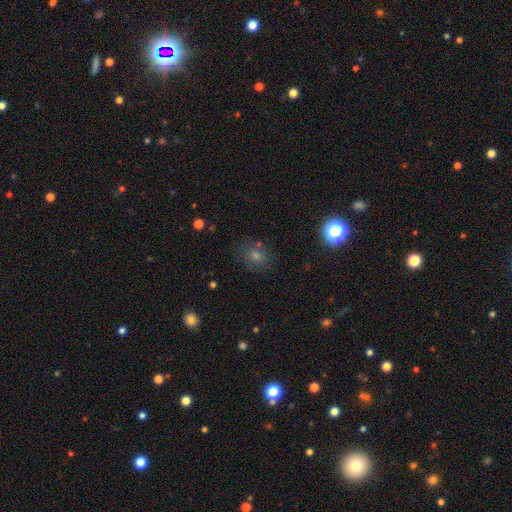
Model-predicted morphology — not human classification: Smooth or featured: smooth — 55% (star or artifact — 32%)
How rounded: round — 73% (in between — 26%)
Merging: none — 80% (minor disturbance — 12%)